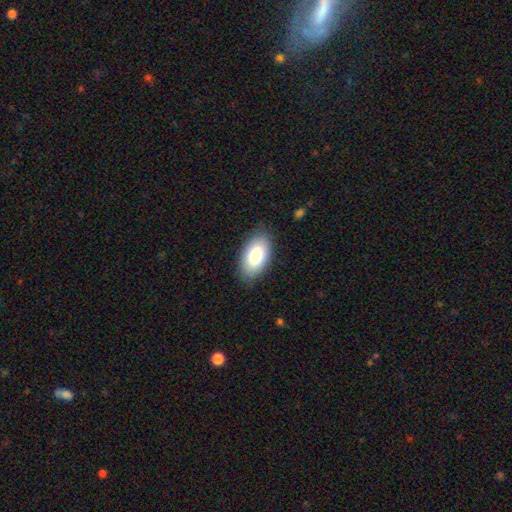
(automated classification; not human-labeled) Morphology: type=smooth (81%); roundness=in between (94%); merging=none (84%).